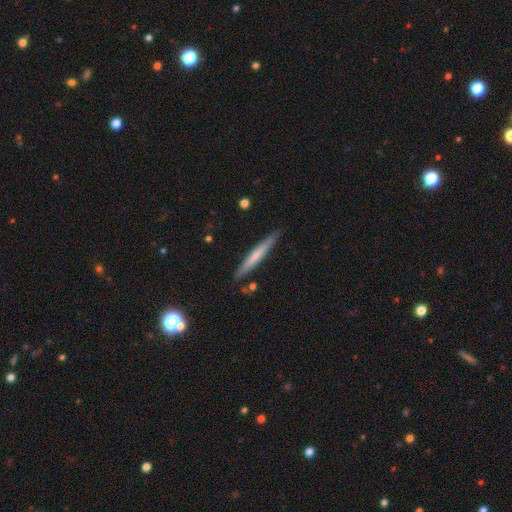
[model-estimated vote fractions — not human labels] Smooth or featured: smooth — 62% (featured or disk — 33%)
How rounded: cigar-shaped — 96% (in between — 3%)
Merging: none — 88% (minor disturbance — 9%)